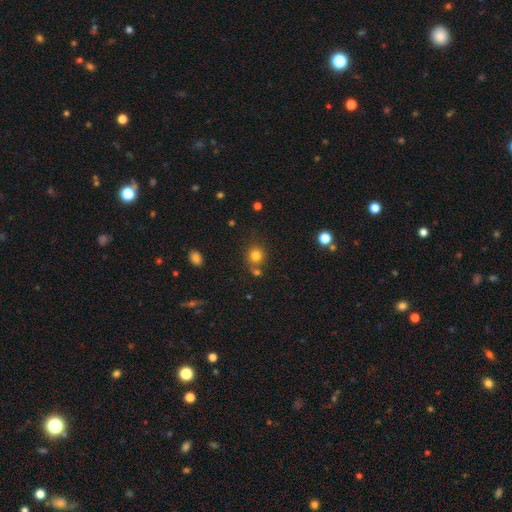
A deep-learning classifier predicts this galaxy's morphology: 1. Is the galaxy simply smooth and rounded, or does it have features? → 79% smooth, 13% star or artifact, 8% featured or disk.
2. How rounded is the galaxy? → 84% round, 15% in between, 1% cigar-shaped.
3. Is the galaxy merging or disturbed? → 67% none, 17% merger, 11% minor disturbance, 4% major disturbance.